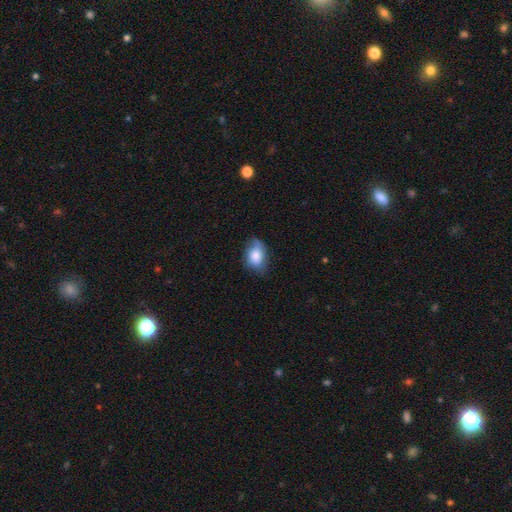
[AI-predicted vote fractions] Smooth or featured? Predicted: smooth (p=0.79). How rounded? Predicted: in between (p=0.84). Merging? Predicted: none (p=0.59).